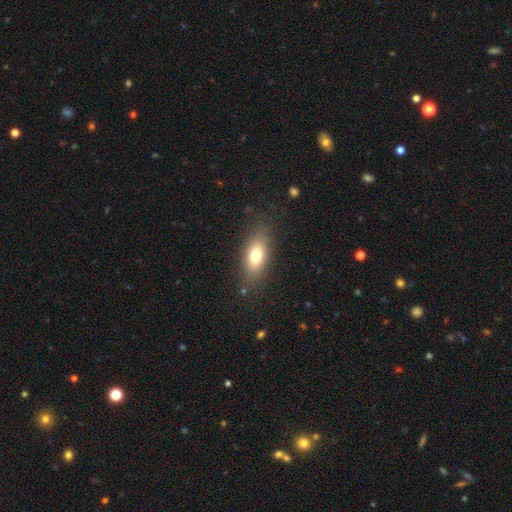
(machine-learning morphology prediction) Smooth or featured: smooth — 74% (featured or disk — 17%)
How rounded: in between — 78% (cigar-shaped — 17%)
Merging: none — 82% (minor disturbance — 12%)